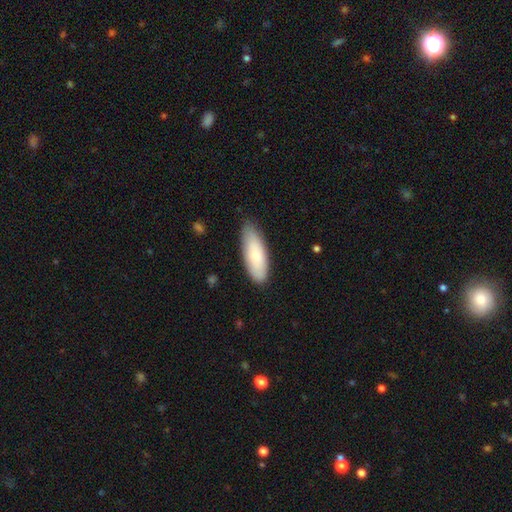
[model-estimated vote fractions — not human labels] A smooth galaxy with no disk features (72%) that is in between round and cigar-shaped (66%).

Vote fractions:
- Smooth or featured? smooth: 72% / featured or disk: 22% / star or artifact: 6%
- How rounded? in between: 66% / cigar-shaped: 32% / round: 2%
- Merging? none: 80% / minor disturbance: 16% / major disturbance: 2% / merger: 1%